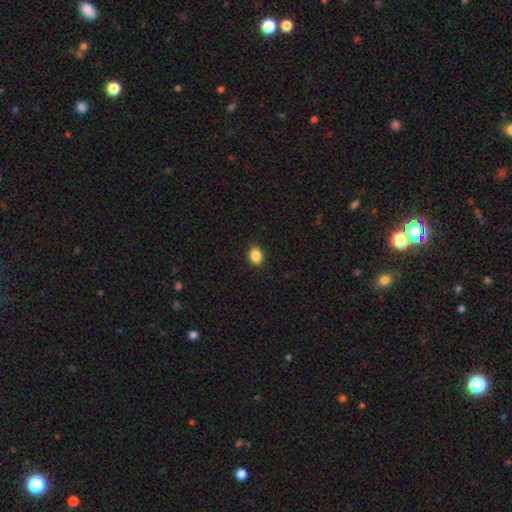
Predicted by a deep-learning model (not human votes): Morphology: type=smooth (87%); roundness=in between (65%); merging=none (89%).